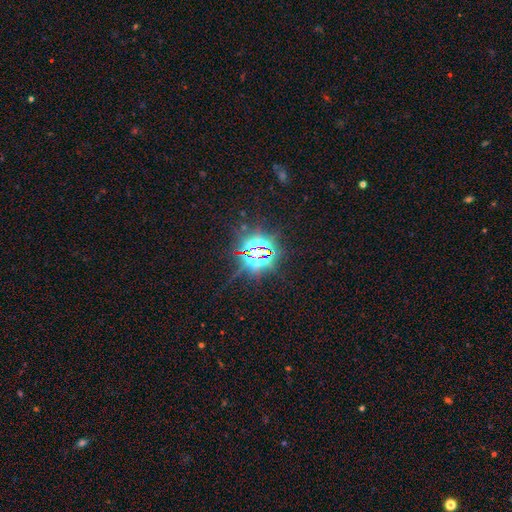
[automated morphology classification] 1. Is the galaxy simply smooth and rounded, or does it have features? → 80% star or artifact, 14% smooth, 6% featured or disk.